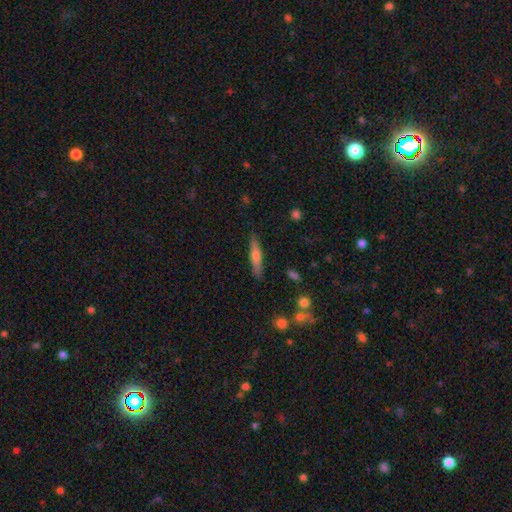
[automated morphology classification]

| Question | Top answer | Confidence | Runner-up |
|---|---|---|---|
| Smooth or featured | smooth | 61% | featured or disk (33%) |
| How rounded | cigar-shaped | 88% | in between (10%) |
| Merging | none | 87% | minor disturbance (9%) |